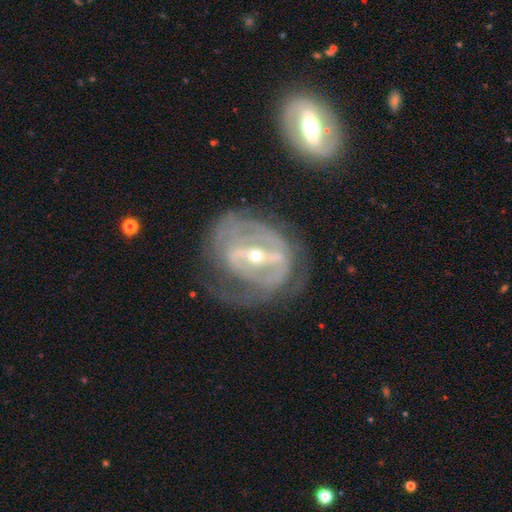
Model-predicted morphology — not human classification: This is clearly a featured or disk galaxy (87%). It is clearly not viewed edge-on (93%). Bar: likely strong (71%). Spiral arm pattern: likely yes (78%). Spiral arm count: marginally 2 (42%). Spiral winding: possibly tight (53%). Central bulge: possibly small (53%). Merging: possibly none (53%).